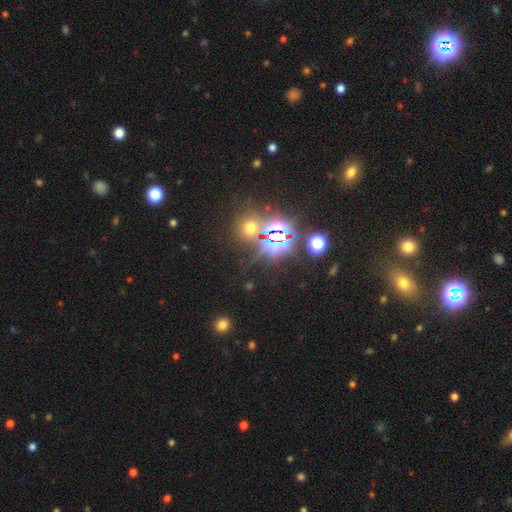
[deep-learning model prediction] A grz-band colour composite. It shows a star or artifact, not a galaxy (76%).